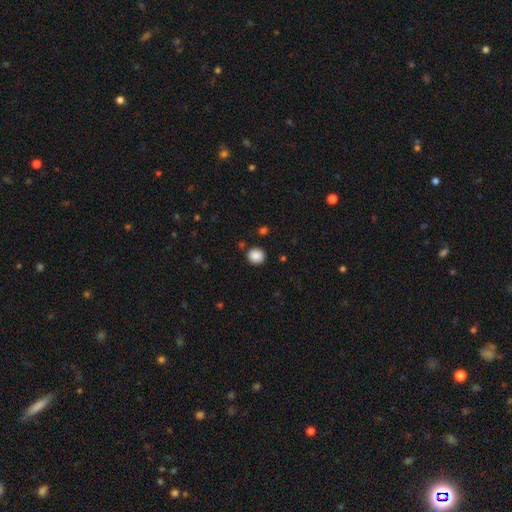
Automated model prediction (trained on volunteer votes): Morphology: type=smooth (88%); roundness=round (87%); merging=none (88%).